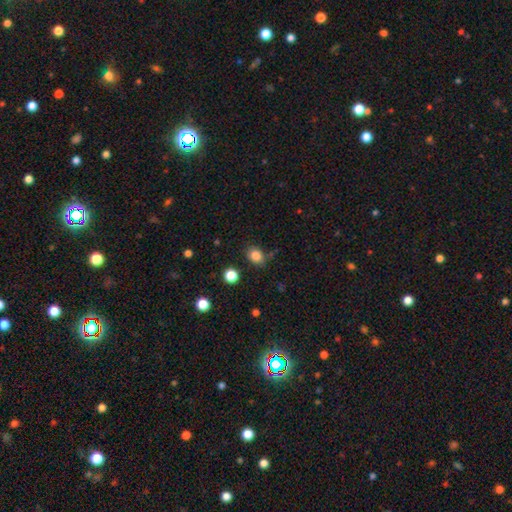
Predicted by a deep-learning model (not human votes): Morphology: type=smooth (83%); roundness=round (53%); merging=none (77%).